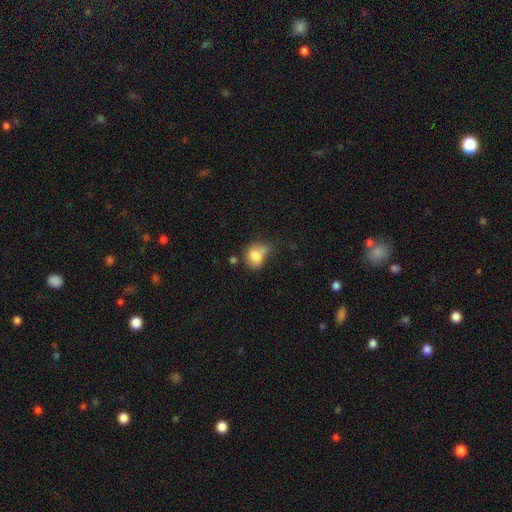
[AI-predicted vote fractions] Q: Smooth or featured?
A: smooth (78%); runner-up: featured or disk (12%)
Q: How rounded?
A: round (52%); runner-up: in between (46%)
Q: Merging?
A: none (35%); runner-up: merger (27%)